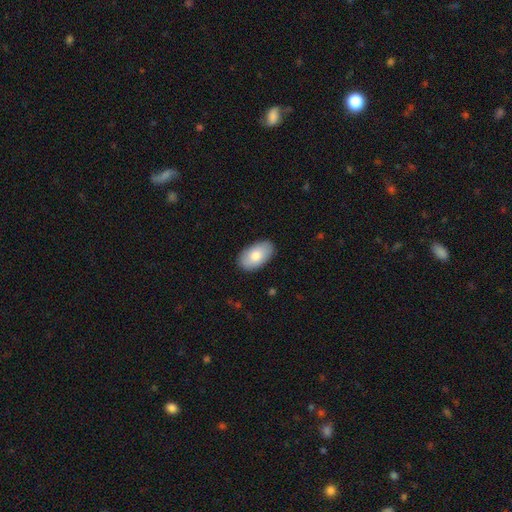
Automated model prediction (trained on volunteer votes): Smooth or featured? Predicted: smooth (p=0.79). How rounded? Predicted: in between (p=0.95). Merging? Predicted: none (p=0.87).